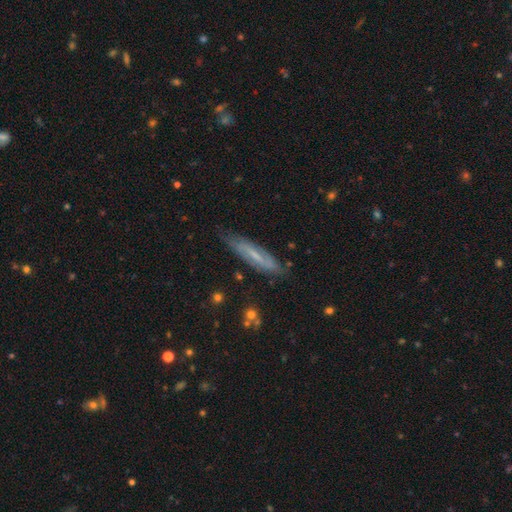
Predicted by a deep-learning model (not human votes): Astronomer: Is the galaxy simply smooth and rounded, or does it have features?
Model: featured or disk — 59%.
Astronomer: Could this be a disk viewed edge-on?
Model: no — 51% (runner-up: yes, 49%).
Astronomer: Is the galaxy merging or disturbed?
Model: none — 73%.